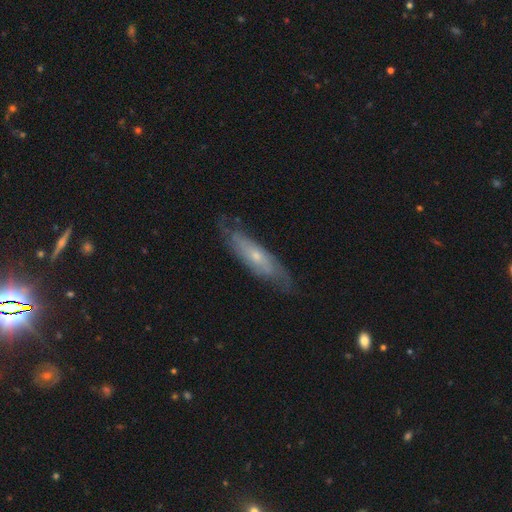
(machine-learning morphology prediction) This appears to be a featured or disk galaxy (64%). Merging: none (73%).